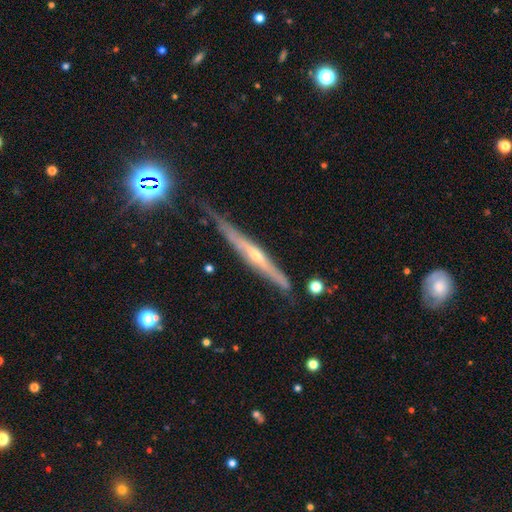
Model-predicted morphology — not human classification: smooth_or_featured: featured or disk (p=0.76) [alt: smooth p=0.15]
disk_edge_on: yes (p=0.95) [alt: no p=0.05]
edge_on_bulge: rounded (p=0.69) [alt: none p=0.26]
merging: none (p=0.75) [alt: minor disturbance p=0.19]